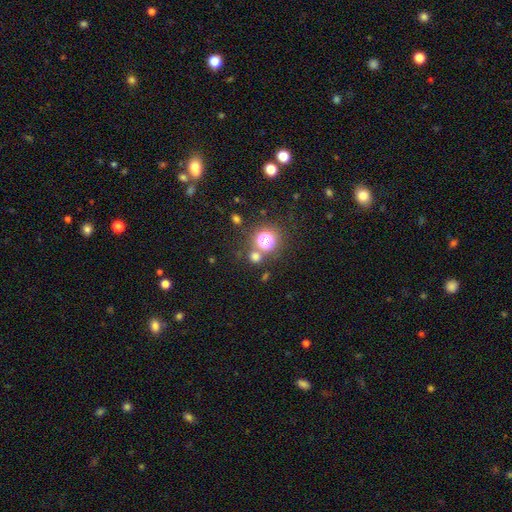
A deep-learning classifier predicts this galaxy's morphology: smooth 61%, star or artifact 32%, featured or disk 7%. Down the decision tree: how rounded — round (87%); merging — none (69%).